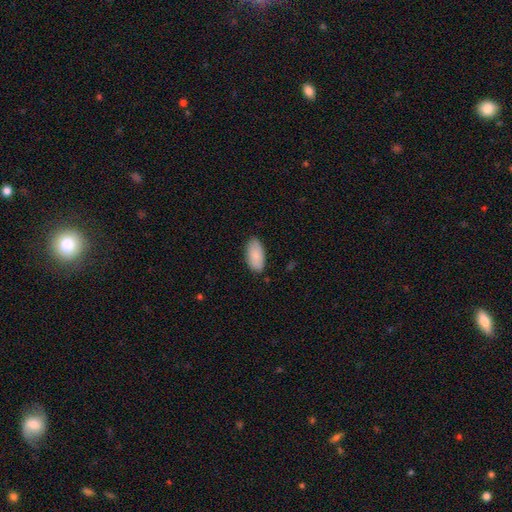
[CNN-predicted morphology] type=smooth (87%); roundness=in between (94%); merging=none (84%).